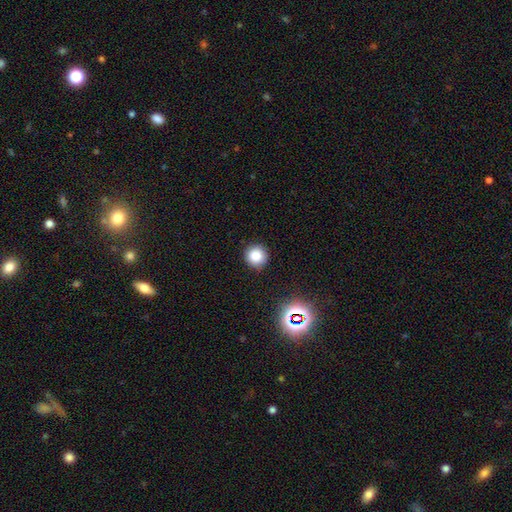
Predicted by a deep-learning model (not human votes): smooth_or_featured: smooth (p=0.81) [alt: star or artifact p=0.13]
how_rounded: round (p=0.95) [alt: in between p=0.04]
merging: none (p=0.90) [alt: minor disturbance p=0.06]